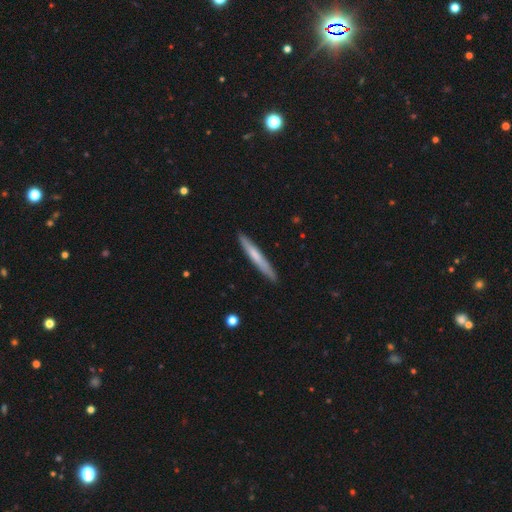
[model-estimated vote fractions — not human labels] smooth 61%, featured or disk 34%, star or artifact 5%. Down the decision tree: how rounded — cigar-shaped (96%); merging — none (89%).